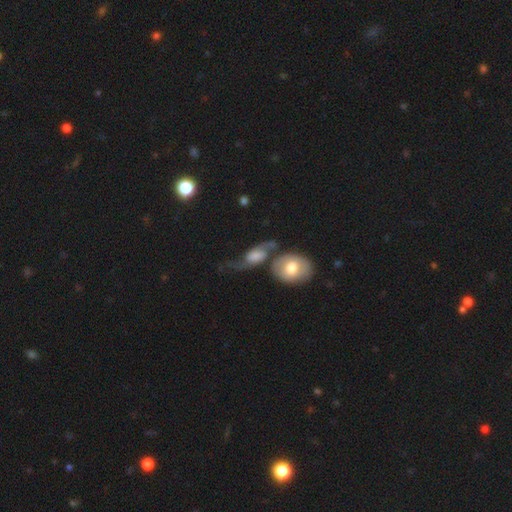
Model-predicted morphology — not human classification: smooth-or-featured: featured or disk: 64% | smooth: 29% | star or artifact: 7%
  disk-edge-on: no: 93% | yes: 7%
    bar: no: 58% | weak: 33% | strong: 9%
    has-spiral-arms: yes: 86% | no: 14%
      spiral-winding: loose: 69% | medium: 23% | tight: 8%
      spiral-arm-count: 2: 86% | 1: 7% | can't tell: 4% | 3: 1% | 4: 1% | more than 4: 1%
    bulge-size: moderate: 38% | large: 23% | small: 23% | none: 12% | dominant: 4%
  merging: merger: 32% | none: 31% | major disturbance: 20% | minor disturbance: 17%